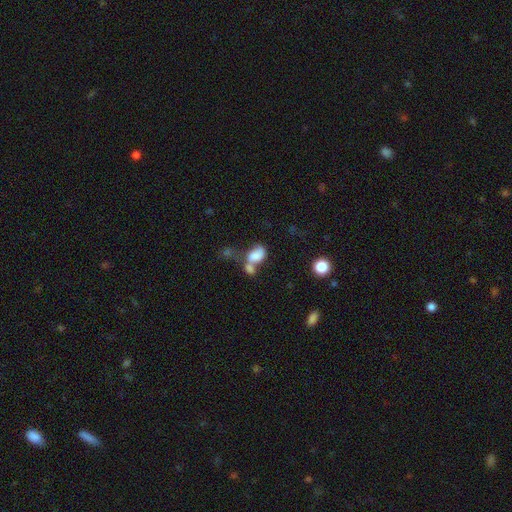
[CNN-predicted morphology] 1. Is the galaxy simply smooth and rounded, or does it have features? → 73% smooth, 17% featured or disk, 11% star or artifact.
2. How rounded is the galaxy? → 84% in between, 14% round, 2% cigar-shaped.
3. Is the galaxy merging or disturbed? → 62% merger, 17% none, 12% major disturbance, 10% minor disturbance.